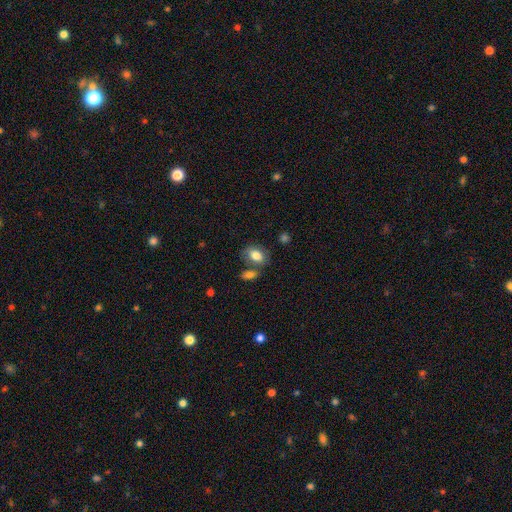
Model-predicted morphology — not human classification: This is clearly a smooth galaxy (81%). How rounded: clearly in between (83%). Merging: likely none (62%).